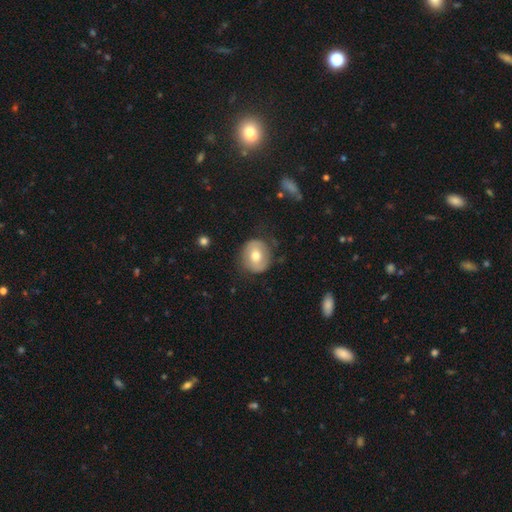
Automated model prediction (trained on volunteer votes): Smooth or featured?
  - smooth: 62% *
  - featured or disk: 30%
  - star or artifact: 7%
How rounded?
  - round: 77% *
  - in between: 22%
  - cigar-shaped: 1%
Merging?
  - none: 76% *
  - minor disturbance: 17%
  - major disturbance: 6%
  - merger: 1%